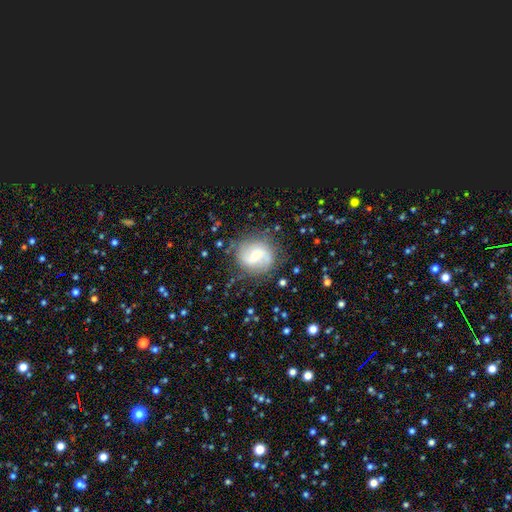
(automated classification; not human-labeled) Smooth or featured: featured or disk — 68% (smooth — 24%)
Edge-on disk: no — 97% (yes — 3%)
Bar: weak — 50% (no — 35%)
Spiral arms: yes — 89% (no — 11%)
Spiral winding: loose — 42% (medium — 40%)
Spiral arm count: 2 — 79% (can't tell — 11%)
Bulge size: small — 53% (moderate — 39%)
Merging: none — 75% (minor disturbance — 16%)